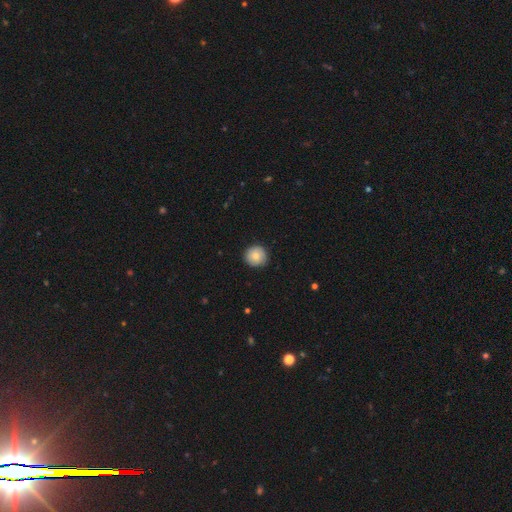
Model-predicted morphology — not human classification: Smooth or featured? smooth (76%)
How rounded? round (94%)
Merging? none (87%)